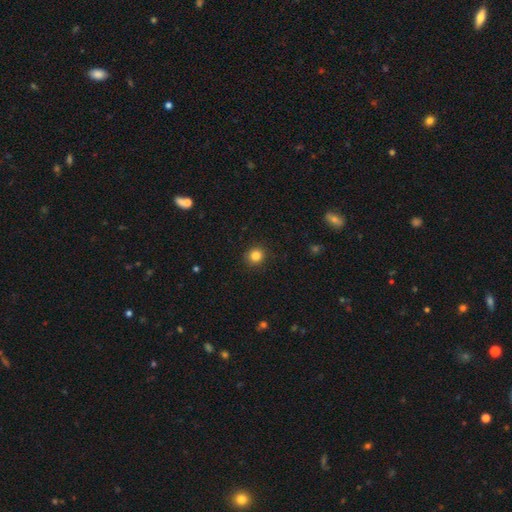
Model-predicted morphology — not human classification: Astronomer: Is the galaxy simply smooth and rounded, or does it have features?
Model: smooth — 84%.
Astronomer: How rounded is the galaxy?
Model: round — 88%.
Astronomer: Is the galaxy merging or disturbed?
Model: none — 90%.